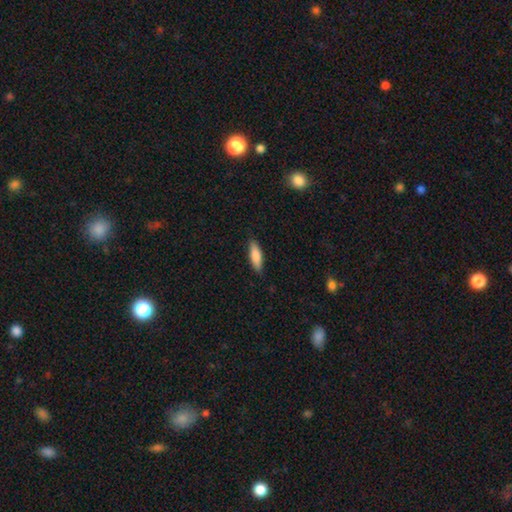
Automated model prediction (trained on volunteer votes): Smooth or featured?
  - smooth: 83% *
  - featured or disk: 11%
  - star or artifact: 6%
How rounded?
  - cigar-shaped: 49% * (tied)
  - in between: 49% * (tied)
  - round: 2%
Merging?
  - none: 86% *
  - minor disturbance: 11%
  - major disturbance: 2%
  - merger: 1%